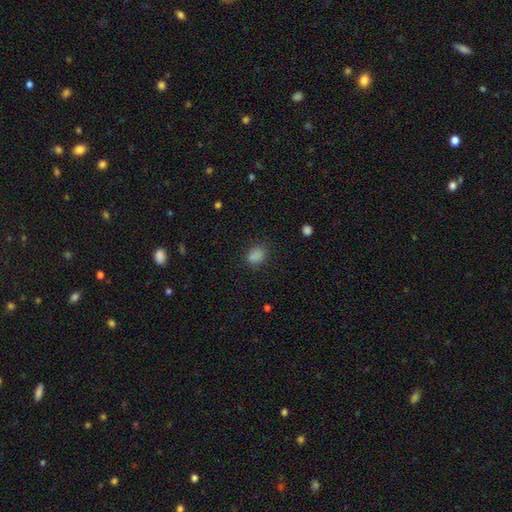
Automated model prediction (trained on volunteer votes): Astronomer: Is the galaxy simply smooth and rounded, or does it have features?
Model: smooth — 84%.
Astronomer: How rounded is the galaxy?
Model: in between — 65%.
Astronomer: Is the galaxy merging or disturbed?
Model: none — 78%.